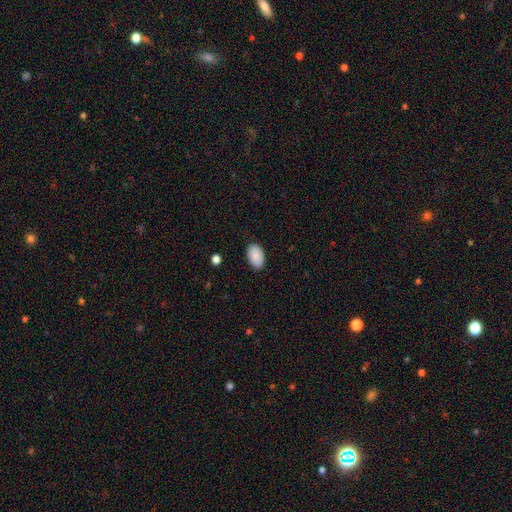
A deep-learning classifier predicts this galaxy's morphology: smooth_or_featured: smooth (p=0.89) [alt: star or artifact p=0.06]
how_rounded: in between (p=0.93) [alt: round p=0.06]
merging: none (p=0.86) [alt: minor disturbance p=0.10]